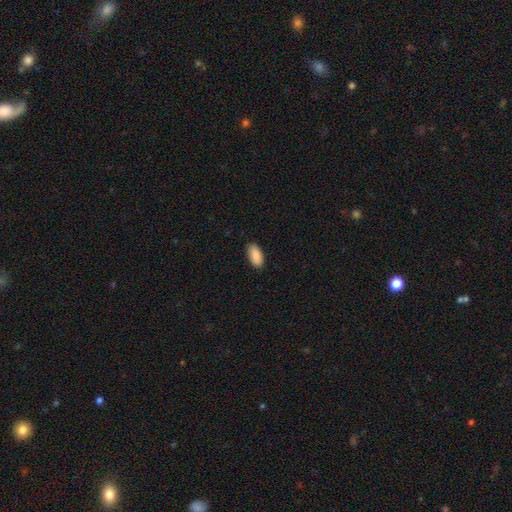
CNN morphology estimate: Smooth or featured: smooth — 90% (star or artifact — 6%)
How rounded: in between — 94% (cigar-shaped — 4%)
Merging: none — 87% (minor disturbance — 10%)